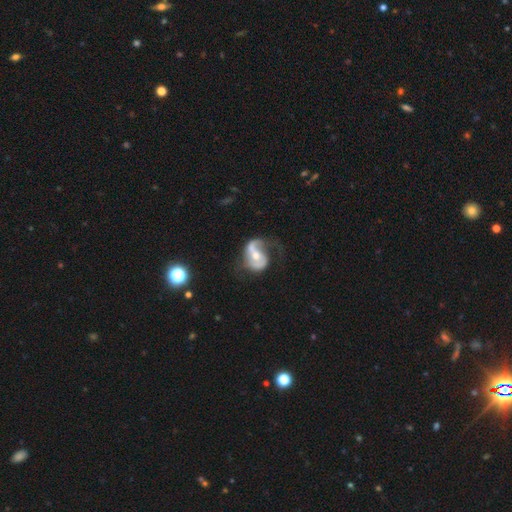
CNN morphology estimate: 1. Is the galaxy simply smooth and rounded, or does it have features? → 79% featured or disk, 16% smooth, 6% star or artifact.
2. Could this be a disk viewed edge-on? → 97% no, 3% yes.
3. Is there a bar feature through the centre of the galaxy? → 39% no, 36% weak, 25% strong.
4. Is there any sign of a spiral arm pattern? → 87% yes, 13% no.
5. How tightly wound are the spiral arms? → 47% loose, 38% medium, 14% tight.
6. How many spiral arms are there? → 69% 2, 22% 1, 6% can't tell, 1% 3, 1% 4, 1% more than 4.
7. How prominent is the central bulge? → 63% moderate, 31% small, 4% large, 1% none, 1% dominant.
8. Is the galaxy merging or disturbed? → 42% none, 28% major disturbance, 25% minor disturbance, 4% merger.